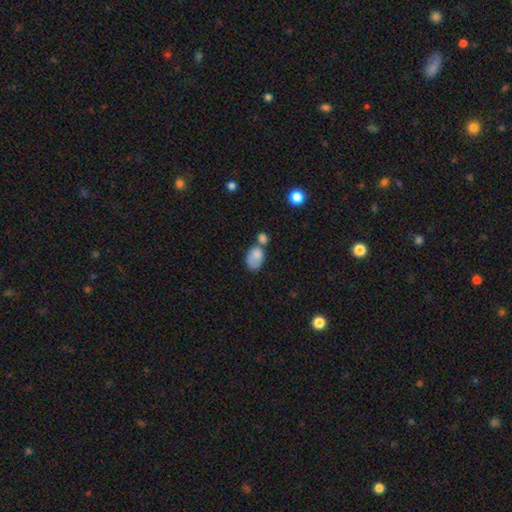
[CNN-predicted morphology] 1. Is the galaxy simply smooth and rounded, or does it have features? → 79% smooth, 13% featured or disk, 8% star or artifact.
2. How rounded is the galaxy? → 82% in between, 16% round, 1% cigar-shaped.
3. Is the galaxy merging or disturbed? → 42% merger, 30% none, 18% minor disturbance, 10% major disturbance.